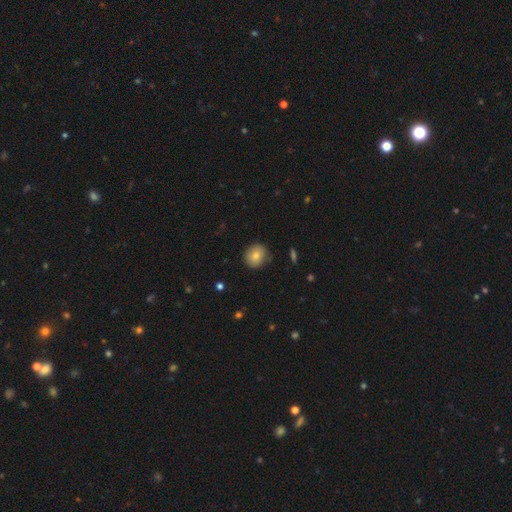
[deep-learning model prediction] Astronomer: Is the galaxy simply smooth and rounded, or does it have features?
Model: smooth — 75%.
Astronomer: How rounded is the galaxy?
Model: round — 83%.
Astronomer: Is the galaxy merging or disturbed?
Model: none — 84%.